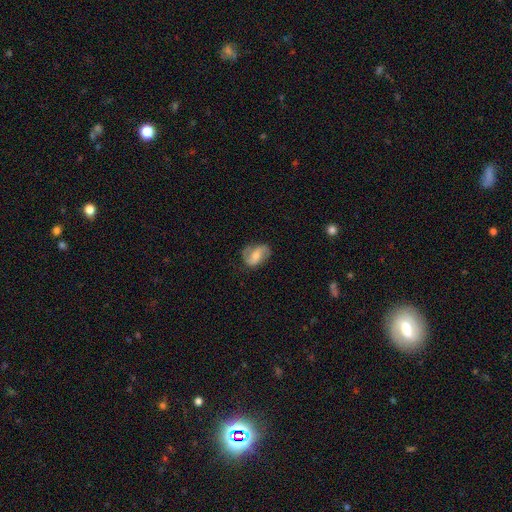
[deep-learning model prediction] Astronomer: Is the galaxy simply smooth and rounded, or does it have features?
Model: featured or disk — 64%.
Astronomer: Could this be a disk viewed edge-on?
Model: no — 97%.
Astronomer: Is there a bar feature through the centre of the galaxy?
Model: weak — 41% (runner-up: no, 36%).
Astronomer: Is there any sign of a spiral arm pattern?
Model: yes — 90%.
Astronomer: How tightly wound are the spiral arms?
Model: loose — 43% (runner-up: medium, 39%).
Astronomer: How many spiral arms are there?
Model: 2 — 86%.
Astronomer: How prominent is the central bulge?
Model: moderate — 49% (runner-up: small, 39%).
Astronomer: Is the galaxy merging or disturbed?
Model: none — 70%.